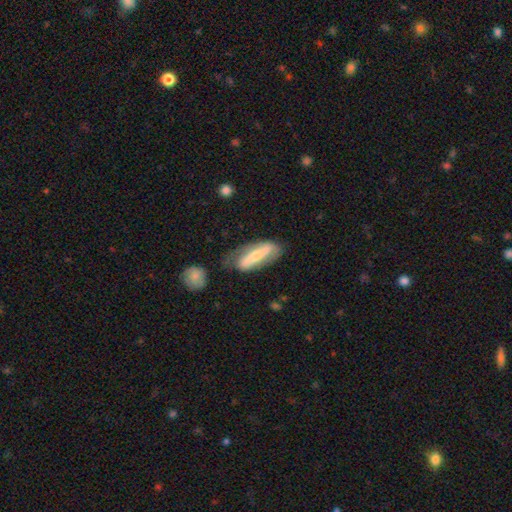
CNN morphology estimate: type=featured or disk (58%); edge-on=no (70%); merging=none (60%).